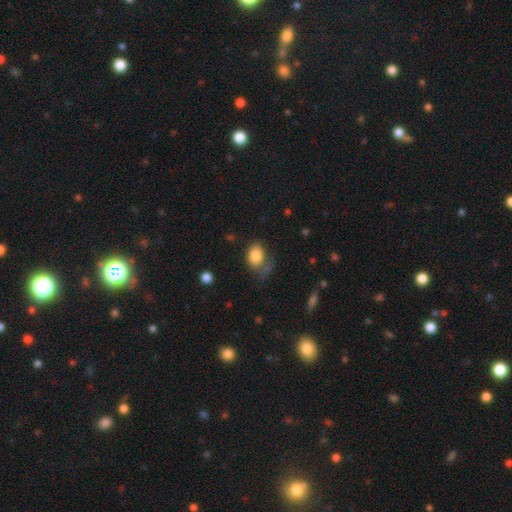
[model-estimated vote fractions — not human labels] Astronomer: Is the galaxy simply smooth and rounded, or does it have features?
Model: smooth — 84%.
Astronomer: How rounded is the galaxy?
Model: in between — 73%.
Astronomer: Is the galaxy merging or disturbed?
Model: none — 49% (runner-up: minor disturbance, 28%).